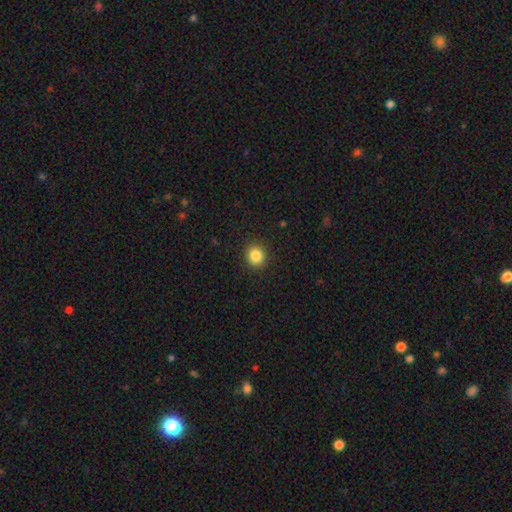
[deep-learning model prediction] smooth 85%, star or artifact 10%, featured or disk 4%. Down the decision tree: how rounded — round (86%); merging — none (91%).